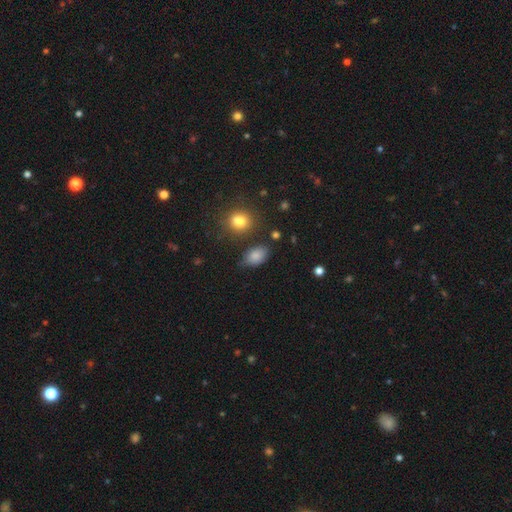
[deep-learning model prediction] Morphology: type=smooth (83%); roundness=in between (85%); merging=none (69%).